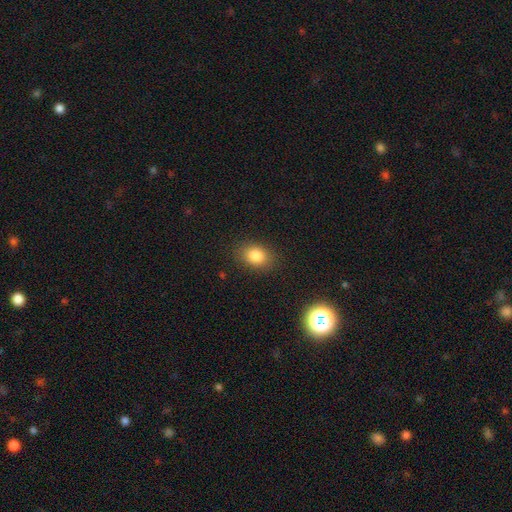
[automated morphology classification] The model was most divided on "how rounded": in between: 68%, round: 30%, cigar-shaped: 1%. More confident: merging — none (86%); smooth or featured — smooth (83%).